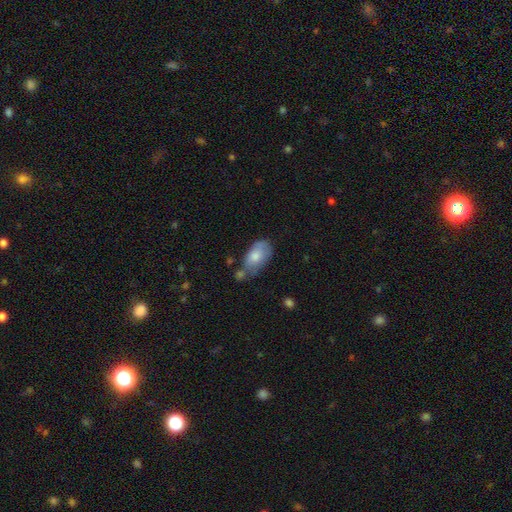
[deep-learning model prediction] A smooth galaxy with no disk features (77%) that is in between round and cigar-shaped (92%). Merging: none (45%).